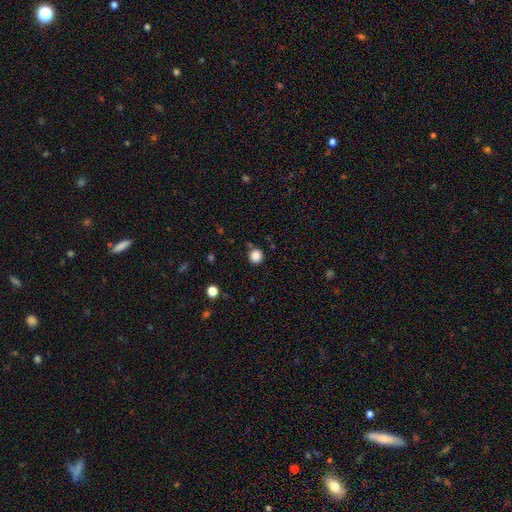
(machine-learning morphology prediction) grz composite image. It shows a smooth galaxy with no disk features (86%) that is round (91%). Merging: none (84%).